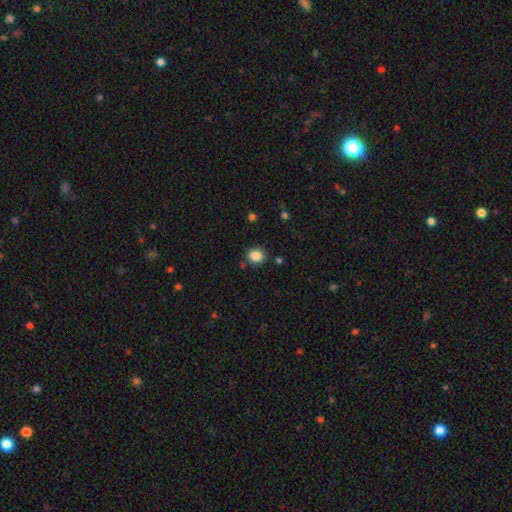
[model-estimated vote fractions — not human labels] smooth 86%, star or artifact 10%, featured or disk 4%. Down the decision tree: how rounded — round (80%); merging — none (84%).